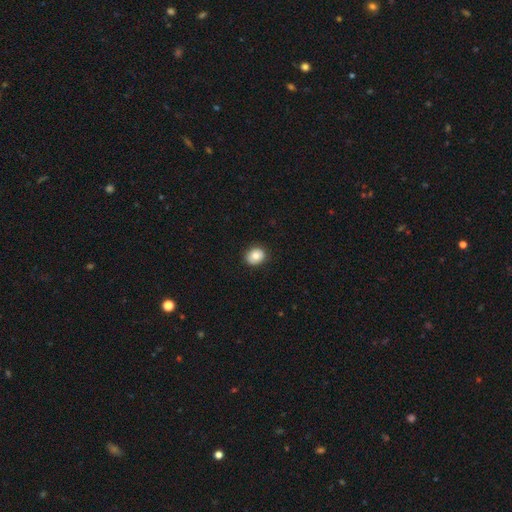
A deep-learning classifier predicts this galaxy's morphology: Smooth or featured: smooth — 80% (featured or disk — 12%)
How rounded: round — 66% (in between — 33%)
Merging: none — 88% (minor disturbance — 9%)